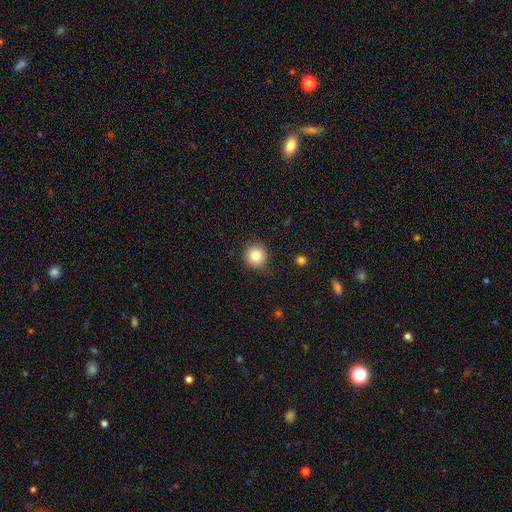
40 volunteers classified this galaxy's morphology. type=smooth (88%); roundness=round (97%); merging=none (83%).